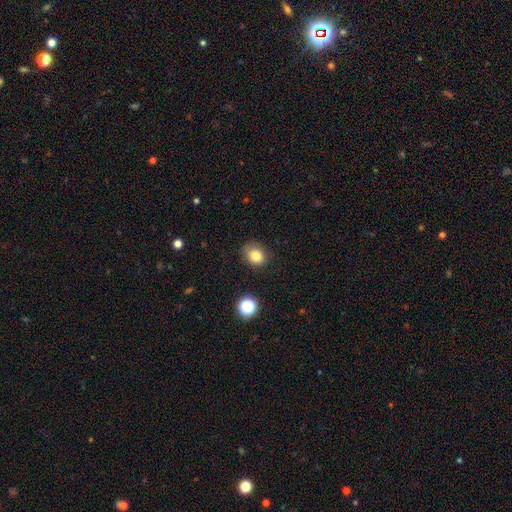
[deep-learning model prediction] The model was most divided on "how rounded": round: 54%, in between: 45%, cigar-shaped: 1%. More confident: smooth or featured — smooth (80%); merging — none (79%).